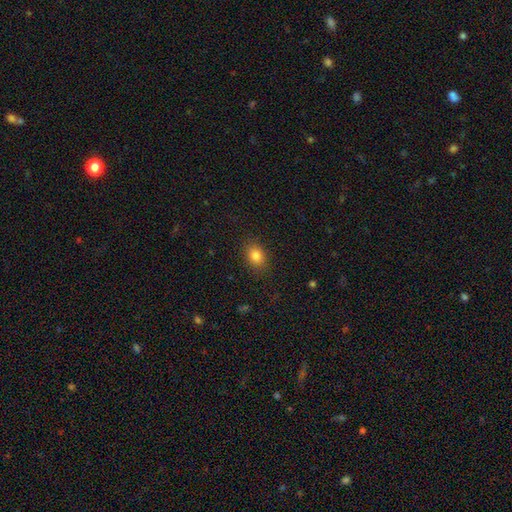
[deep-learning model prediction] smooth-or-featured: smooth: 84% | star or artifact: 10% | featured or disk: 6%
  how-rounded: in between: 68% | round: 31% | cigar-shaped: 1%
  merging: none: 86% | minor disturbance: 10% | major disturbance: 3% | merger: 1%